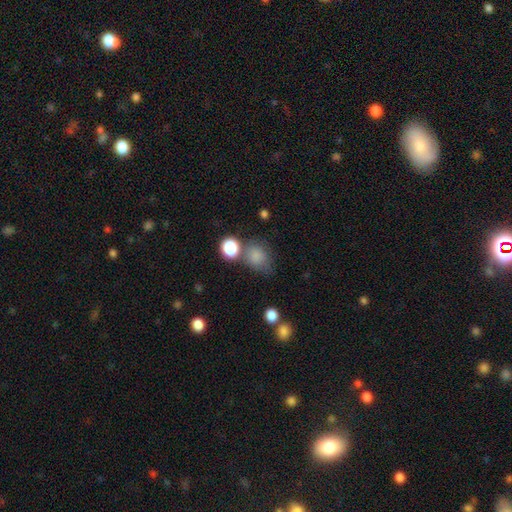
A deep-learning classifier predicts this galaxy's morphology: smooth-or-featured: smooth: 81% | star or artifact: 12% | featured or disk: 7%
  how-rounded: round: 52% | in between: 47% | cigar-shaped: 1%
  merging: none: 55% | minor disturbance: 20% | merger: 16% | major disturbance: 9%